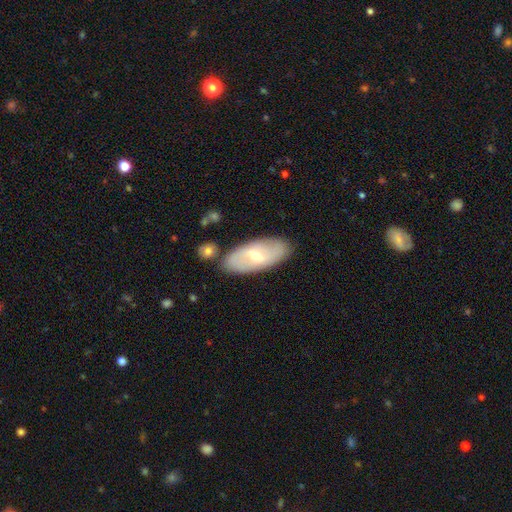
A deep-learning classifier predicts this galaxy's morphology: The model was most divided on "smooth or featured": featured or disk: 53%, smooth: 41%, star or artifact: 6%. More confident: edge-on disk — no (86%); merging — none (83%).